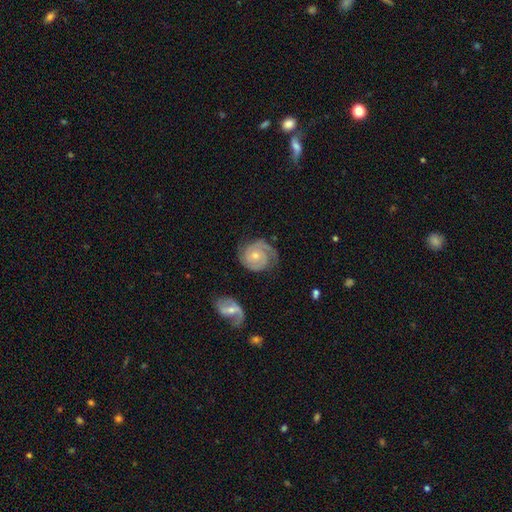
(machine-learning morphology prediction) smooth-or-featured: featured or disk: 85% | smooth: 10% | star or artifact: 5%
  disk-edge-on: no: 98% | yes: 2%
    bar: no: 72% | weak: 23% | strong: 5%
    has-spiral-arms: yes: 97% | no: 3%
      spiral-winding: tight: 66% | medium: 28% | loose: 6%
      spiral-arm-count: 2: 74% | 3: 9% | can't tell: 8% | 1: 6% | 4: 2% | more than 4: 2%
    bulge-size: small: 51% | moderate: 44% | none: 2% | large: 2% | dominant: 1%
  merging: none: 72% | minor disturbance: 18% | major disturbance: 7% | merger: 3%